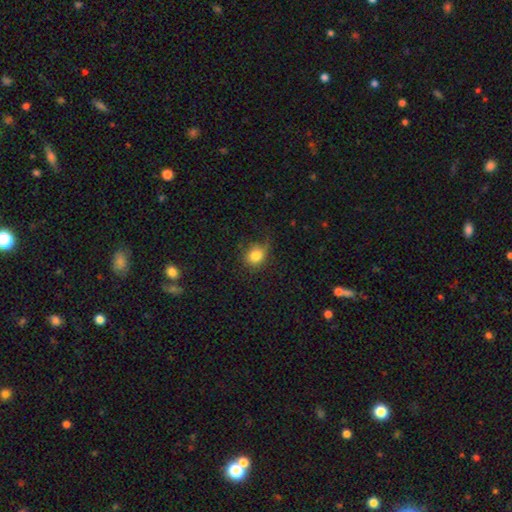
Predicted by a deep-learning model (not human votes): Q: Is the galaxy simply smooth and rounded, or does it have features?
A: smooth — 81%.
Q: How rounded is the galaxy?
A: round — 77%.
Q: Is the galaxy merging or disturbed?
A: none — 64%.